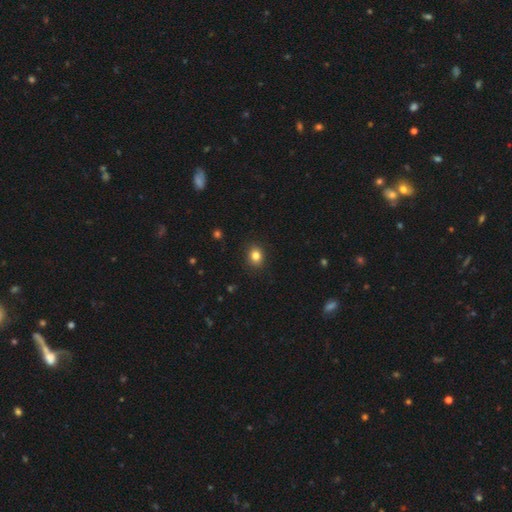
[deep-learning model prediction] Smooth or featured? smooth (83%)
How rounded? round (58%)
Merging? none (89%)